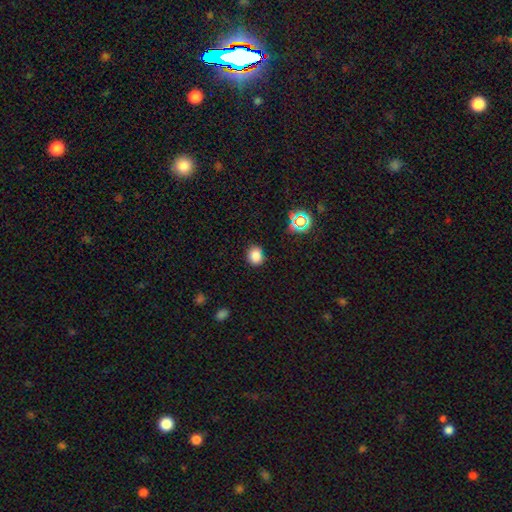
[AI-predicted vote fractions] Q: Smooth or featured?
A: smooth (81%); runner-up: star or artifact (15%)
Q: How rounded?
A: round (71%); runner-up: in between (28%)
Q: Merging?
A: none (85%); runner-up: minor disturbance (10%)